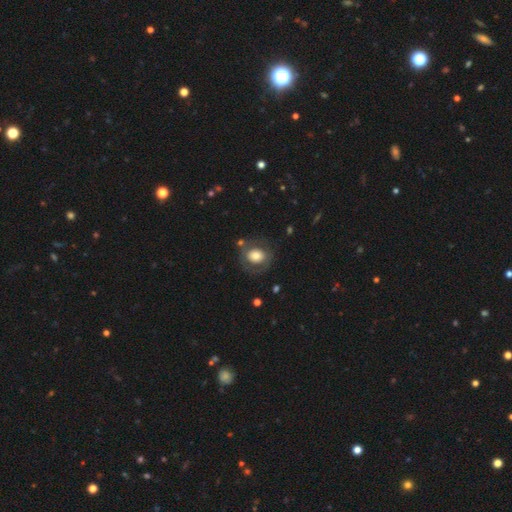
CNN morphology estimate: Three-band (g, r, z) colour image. It shows a smooth galaxy with no disk features (67%) that is round (68%). Merging: none (74%).